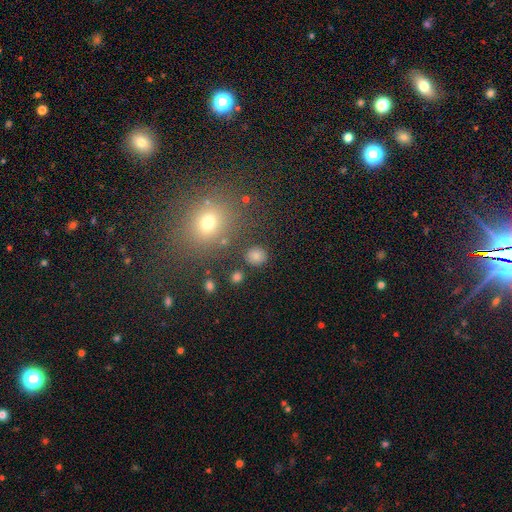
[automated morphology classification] The model was most divided on "how rounded": round: 77%, in between: 21%, cigar-shaped: 1%. More confident: merging — none (85%); smooth or featured — smooth (77%).